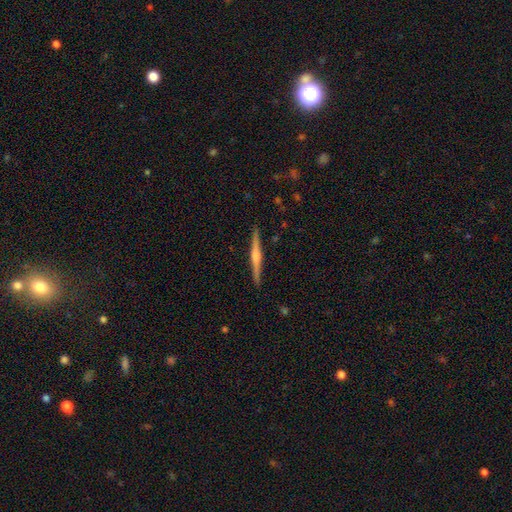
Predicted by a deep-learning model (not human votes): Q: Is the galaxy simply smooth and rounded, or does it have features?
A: featured or disk — 74%.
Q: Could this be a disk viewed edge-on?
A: yes — 99%.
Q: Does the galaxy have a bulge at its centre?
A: rounded — 80%.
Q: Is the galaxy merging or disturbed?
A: none — 92%.